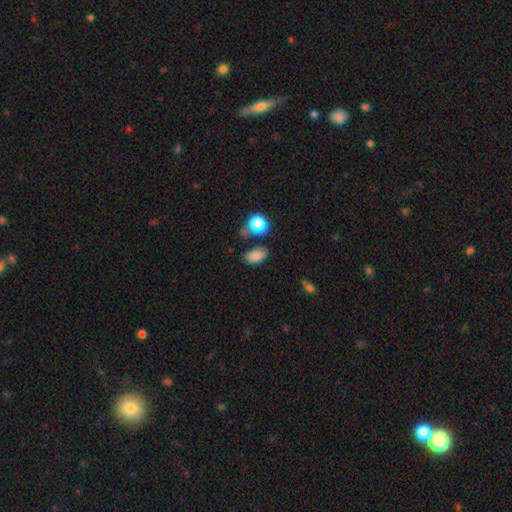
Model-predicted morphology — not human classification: This appears to be a smooth galaxy with no disk features (83%) that is in between round and cigar-shaped (89%). Merging: none (64%).